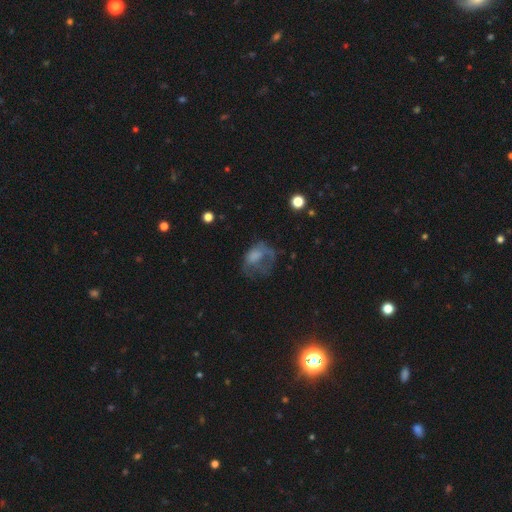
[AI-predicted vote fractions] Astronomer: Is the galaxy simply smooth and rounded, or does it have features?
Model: smooth — 49% (runner-up: featured or disk, 37%).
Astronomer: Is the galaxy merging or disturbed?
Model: major disturbance — 51% (runner-up: none, 27%).